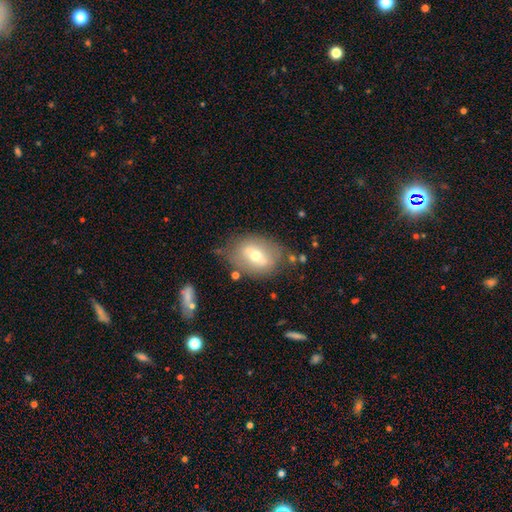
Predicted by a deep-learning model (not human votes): Q: Smooth or featured?
A: smooth (50%); runner-up: featured or disk (42%)
Q: How rounded?
A: in between (70%); runner-up: round (28%)
Q: Merging?
A: none (71%); runner-up: minor disturbance (18%)